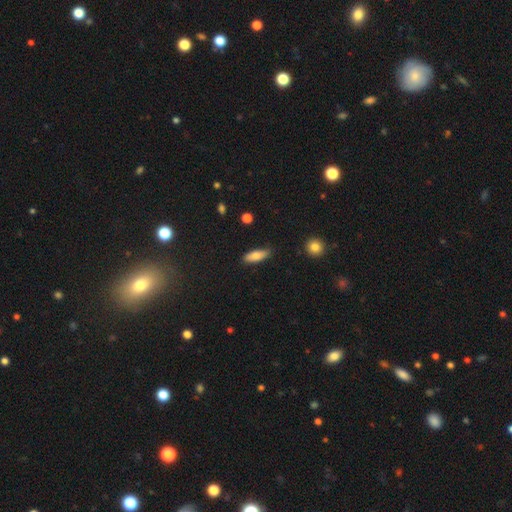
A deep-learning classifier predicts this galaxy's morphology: smooth-or-featured: smooth: 80% | featured or disk: 13% | star or artifact: 7%
  how-rounded: in between: 58% | cigar-shaped: 40% | round: 2%
  merging: none: 83% | minor disturbance: 14% | major disturbance: 2% | merger: 1%